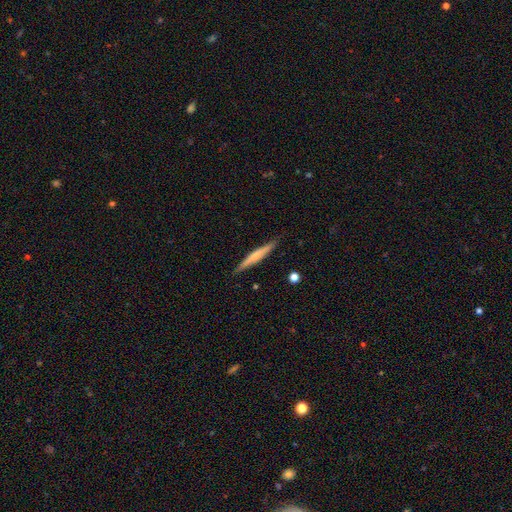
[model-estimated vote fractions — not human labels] The model was most divided on "smooth or featured": featured or disk: 50%, smooth: 45%, star or artifact: 6%. More confident: merging — none (88%).